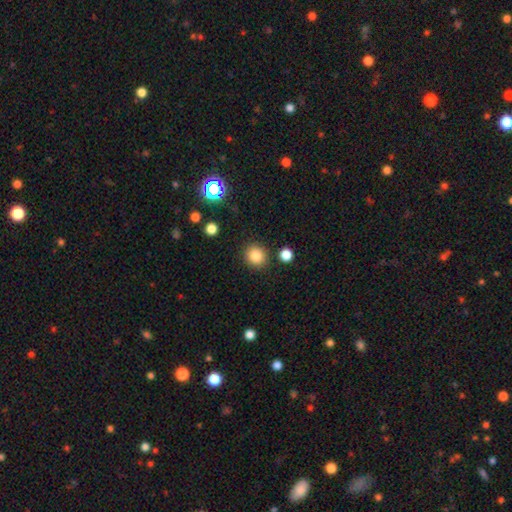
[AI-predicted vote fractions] This appears to be a smooth galaxy with no disk features (85%) that is round (89%). Merging: none (88%).